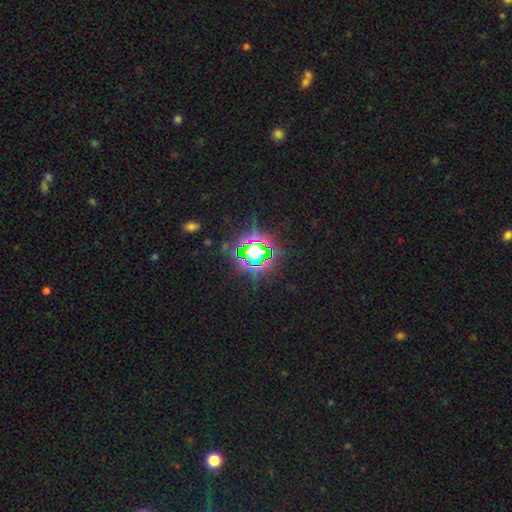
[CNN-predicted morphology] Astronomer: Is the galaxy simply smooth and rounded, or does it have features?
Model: star or artifact — 75%.